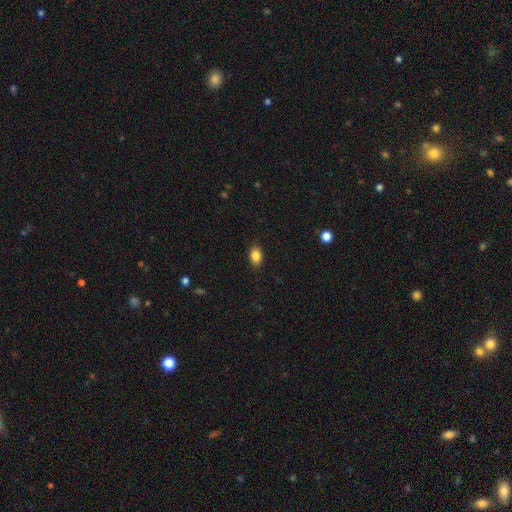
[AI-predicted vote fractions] smooth-or-featured: smooth: 86% | star or artifact: 9% | featured or disk: 5%
  how-rounded: in between: 80% | round: 18% | cigar-shaped: 1%
  merging: none: 86% | minor disturbance: 10% | major disturbance: 2% | merger: 1%